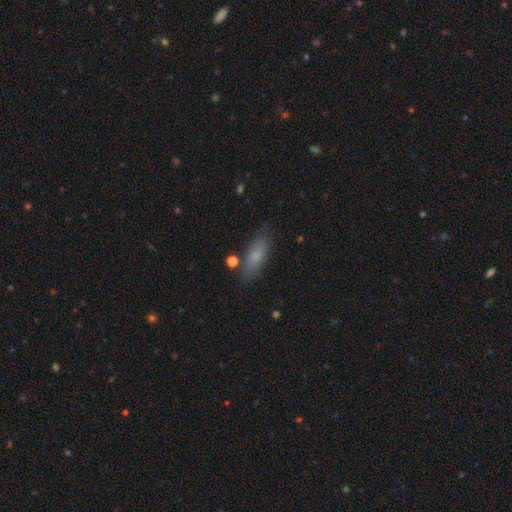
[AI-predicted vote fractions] Smooth or featured?
  - smooth: 79% *
  - featured or disk: 12%
  - star or artifact: 8%
How rounded?
  - in between: 64% *
  - cigar-shaped: 33%
  - round: 3%
Merging?
  - none: 80% *
  - minor disturbance: 13%
  - major disturbance: 4%
  - merger: 3%